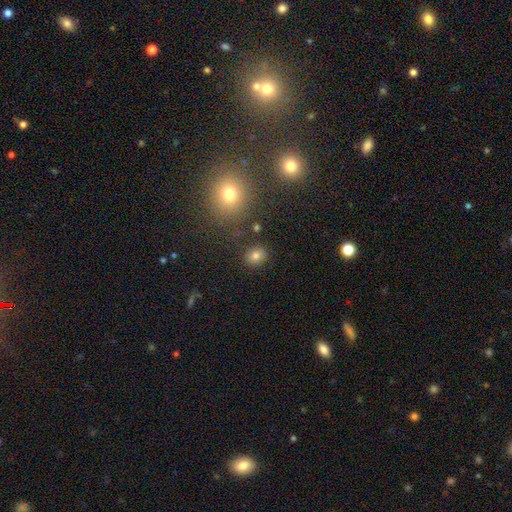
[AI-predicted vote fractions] Smooth or featured? Predicted: smooth (p=0.79). How rounded? Predicted: round (p=0.65). Merging? Predicted: none (p=0.85).